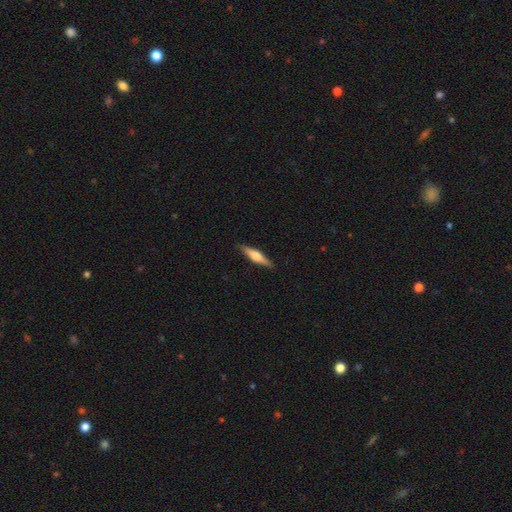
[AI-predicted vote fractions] smooth_or_featured: featured or disk (p=0.53) [alt: smooth p=0.41]
disk_edge_on: yes (p=0.96) [alt: no p=0.04]
edge_on_bulge: rounded (p=0.80) [alt: boxy p=0.14]
merging: none (p=0.89) [alt: minor disturbance p=0.09]